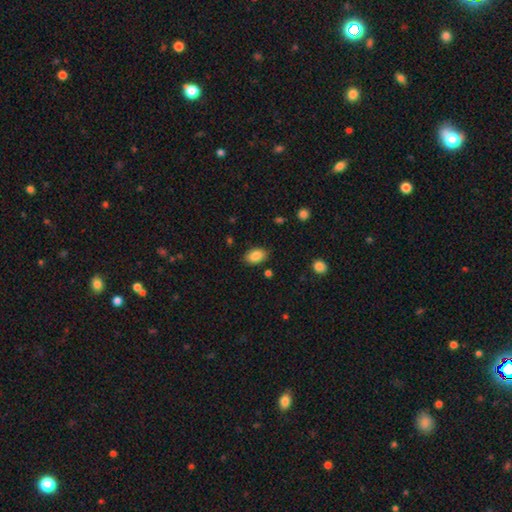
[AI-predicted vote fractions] Smooth or featured: smooth — 86% (star or artifact — 8%)
How rounded: in between — 89% (round — 10%)
Merging: none — 85% (minor disturbance — 10%)